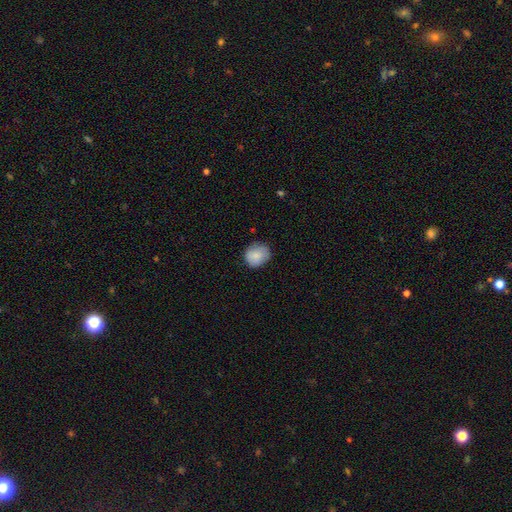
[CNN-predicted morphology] A smooth galaxy with no disk features (85%) that is round (74%). Merging: none (76%).